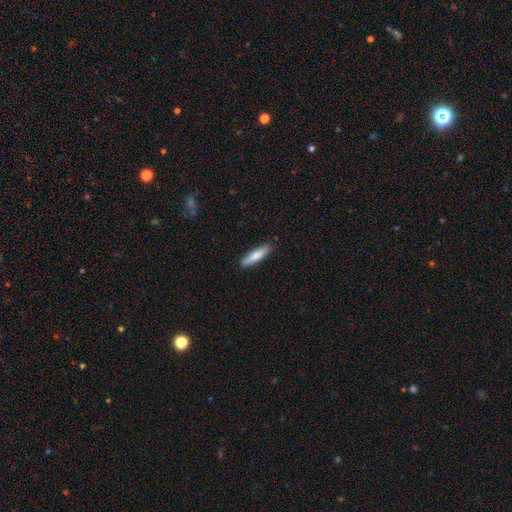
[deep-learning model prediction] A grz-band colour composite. It shows a smooth galaxy with no disk features (76%) that is cigar-shaped (80%). Merging: none (88%).